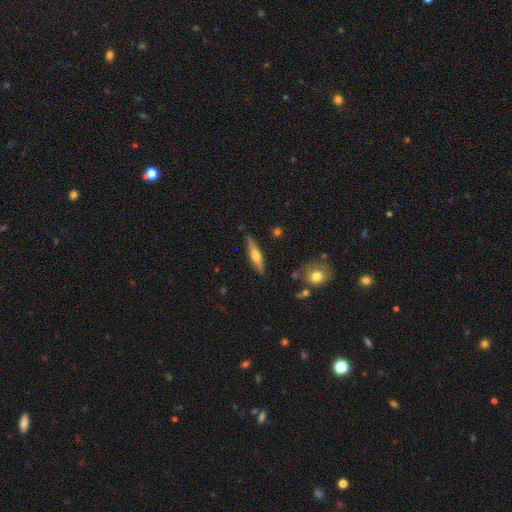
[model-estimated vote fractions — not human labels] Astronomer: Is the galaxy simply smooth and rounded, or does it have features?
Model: featured or disk — 50% (runner-up: smooth, 44%).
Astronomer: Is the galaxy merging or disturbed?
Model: none — 86%.